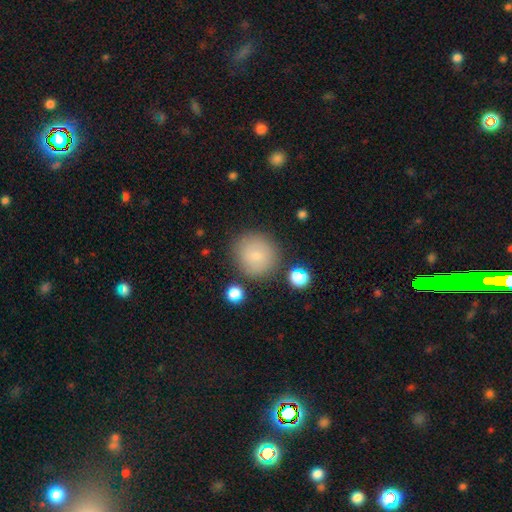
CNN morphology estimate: type=smooth (81%); roundness=round (91%); merging=none (81%).